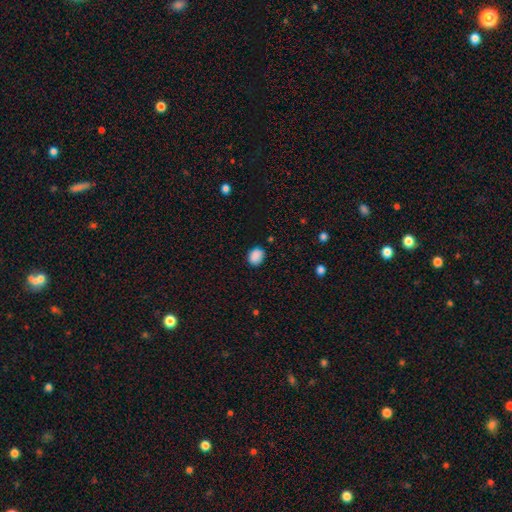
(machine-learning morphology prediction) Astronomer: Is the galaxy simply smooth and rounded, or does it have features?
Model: smooth — 86%.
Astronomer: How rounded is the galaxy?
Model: round — 51% (runner-up: in between, 48%).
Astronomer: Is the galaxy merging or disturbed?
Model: none — 77%.